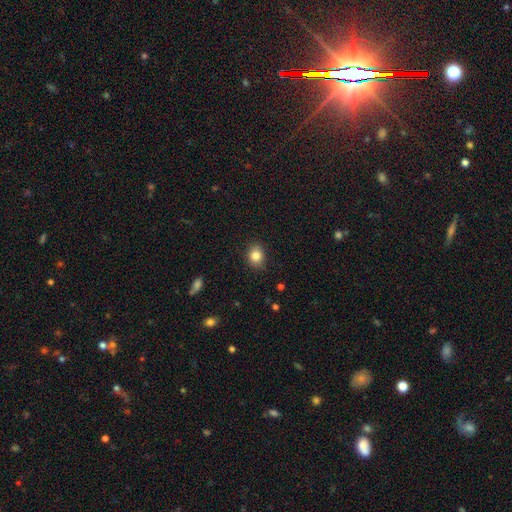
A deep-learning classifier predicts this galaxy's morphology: Smooth or featured?
  - smooth: 84% *
  - star or artifact: 10%
  - featured or disk: 6%
How rounded?
  - round: 56% *
  - in between: 43%
  - cigar-shaped: 1%
Merging?
  - none: 85% *
  - minor disturbance: 12%
  - major disturbance: 2%
  - merger: 1%